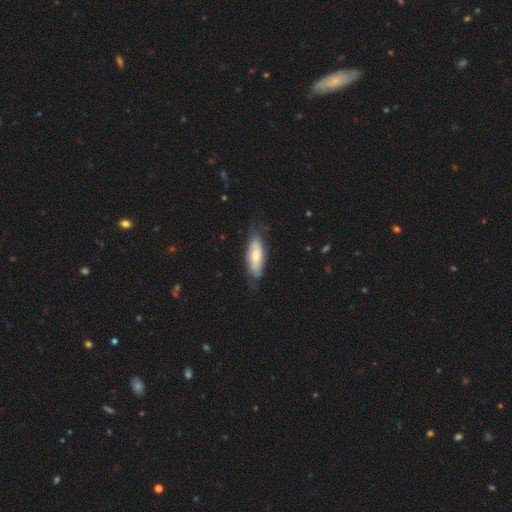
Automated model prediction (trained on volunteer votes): Smooth or featured?
  - smooth: 61% *
  - featured or disk: 34%
  - star or artifact: 6%
How rounded?
  - in between: 66% *
  - cigar-shaped: 32%
  - round: 2%
Merging?
  - none: 70% *
  - minor disturbance: 23%
  - major disturbance: 6%
  - merger: 1%